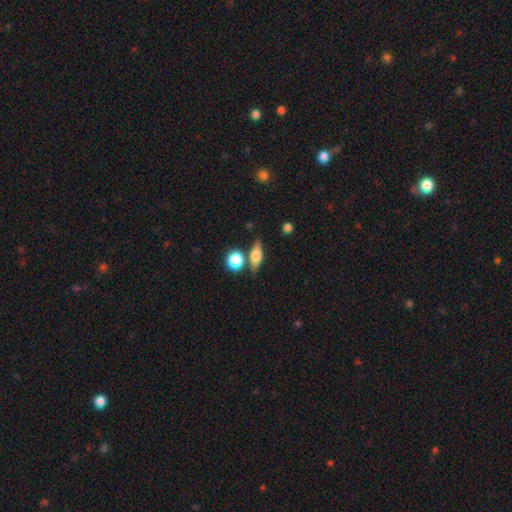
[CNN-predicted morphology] Smooth or featured? smooth (52%)
How rounded? in between (52%)
Merging? none (71%)